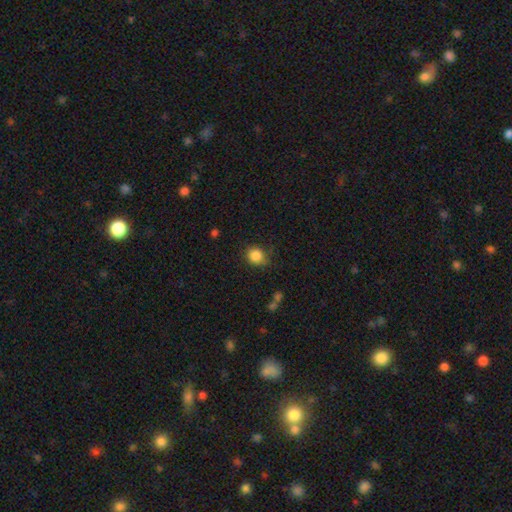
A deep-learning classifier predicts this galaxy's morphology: This appears to be a smooth galaxy with no disk features (86%) that is round (78%). Merging: none (78%).